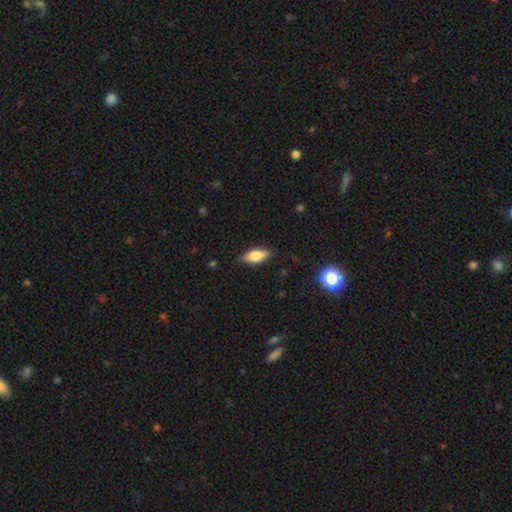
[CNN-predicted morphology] Smooth or featured: smooth — 68% (featured or disk — 24%)
How rounded: in between — 79% (cigar-shaped — 18%)
Merging: none — 84% (minor disturbance — 12%)